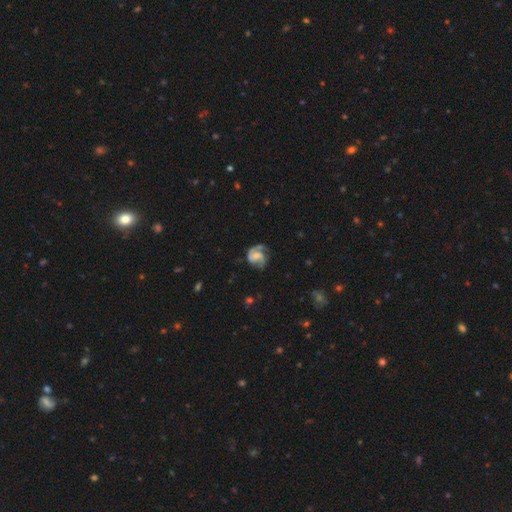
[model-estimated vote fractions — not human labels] Smooth or featured? Predicted: featured or disk (p=0.75). Edge-on disk? Predicted: no (p=0.98). Bar? Predicted: no (p=0.47). Spiral arms? Predicted: yes (p=0.92). Spiral winding? Predicted: medium (p=0.50). Spiral arm count? Predicted: 2 (p=0.73). Bulge size? Predicted: small (p=0.35). Merging? Predicted: none (p=0.53).